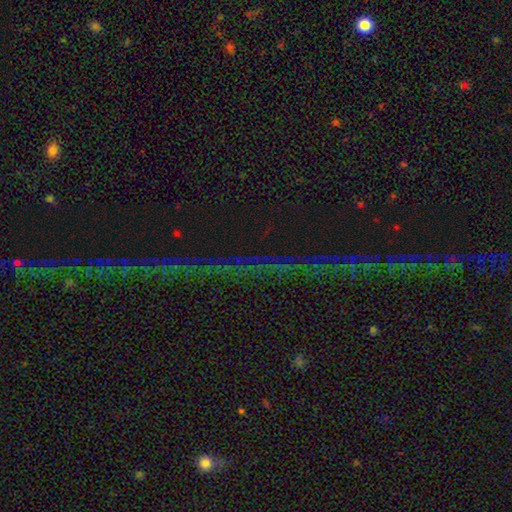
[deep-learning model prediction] smooth-or-featured: star or artifact: 81% | featured or disk: 10% | smooth: 10%